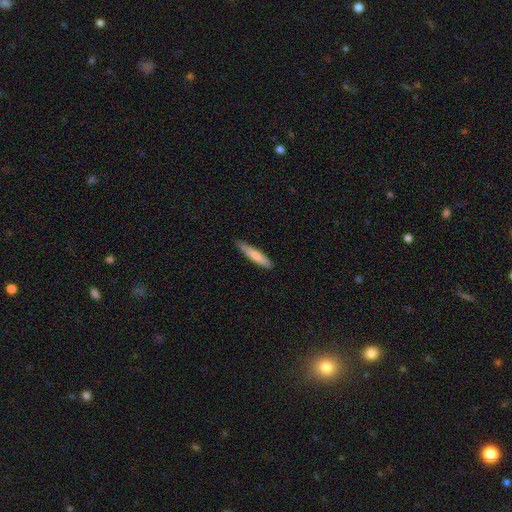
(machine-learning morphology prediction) type=smooth (74%); roundness=cigar-shaped (90%); merging=none (86%).